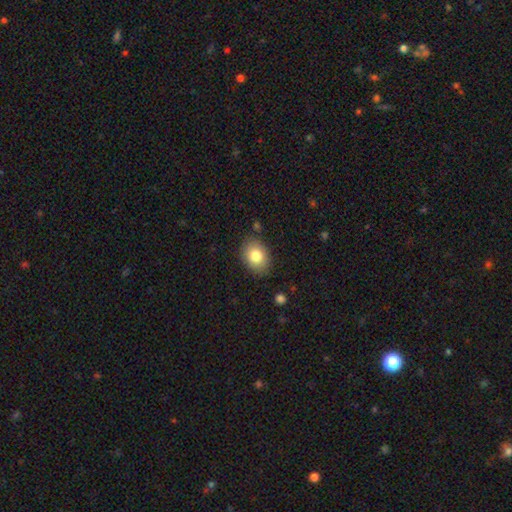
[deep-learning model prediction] Smooth or featured? Predicted: smooth (p=0.82). How rounded? Predicted: in between (p=0.67). Merging? Predicted: none (p=0.84).